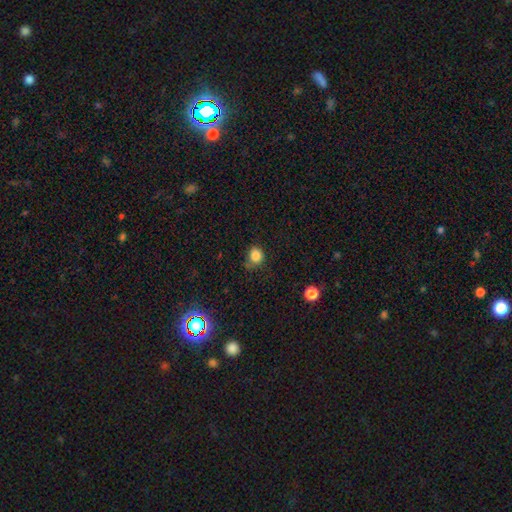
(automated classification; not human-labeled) Q: Smooth or featured?
A: smooth (83%); runner-up: star or artifact (12%)
Q: How rounded?
A: round (71%); runner-up: in between (28%)
Q: Merging?
A: none (65%); runner-up: minor disturbance (24%)